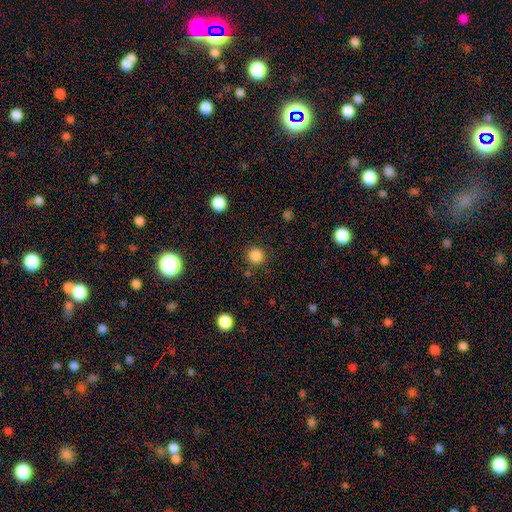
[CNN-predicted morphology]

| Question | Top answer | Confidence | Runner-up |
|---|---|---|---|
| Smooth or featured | smooth | 85% | star or artifact (12%) |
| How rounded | round | 94% | in between (5%) |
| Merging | none | 87% | minor disturbance (7%) |